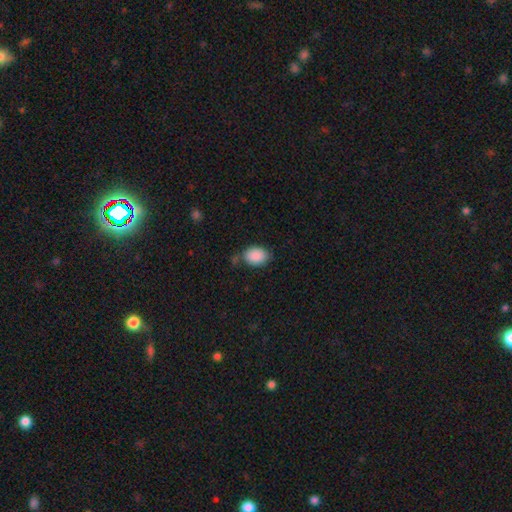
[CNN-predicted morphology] Q: Smooth or featured?
A: smooth (89%); runner-up: star or artifact (7%)
Q: How rounded?
A: in between (72%); runner-up: round (27%)
Q: Merging?
A: none (68%); runner-up: minor disturbance (21%)